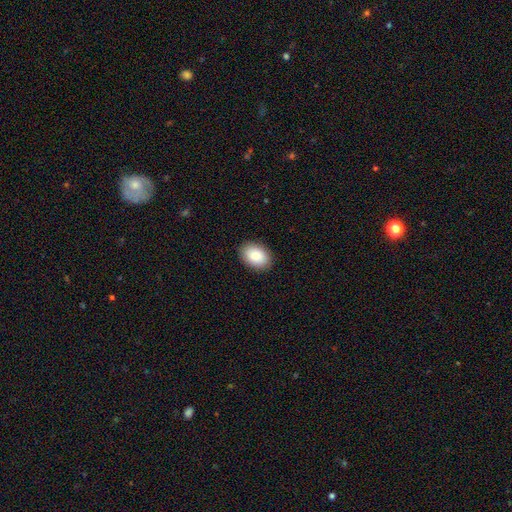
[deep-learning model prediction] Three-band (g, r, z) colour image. It shows a smooth galaxy with no disk features (84%) that is in between round and cigar-shaped (79%). Merging: none (90%).